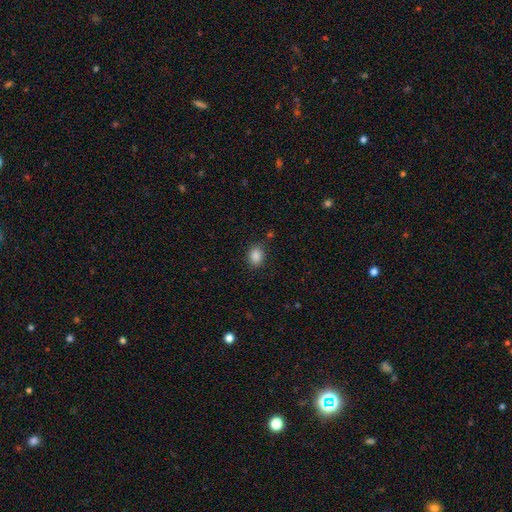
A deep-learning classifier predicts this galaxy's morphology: Q: Smooth or featured?
A: smooth (87%); runner-up: star or artifact (9%)
Q: How rounded?
A: in between (64%); runner-up: round (35%)
Q: Merging?
A: none (84%); runner-up: minor disturbance (11%)